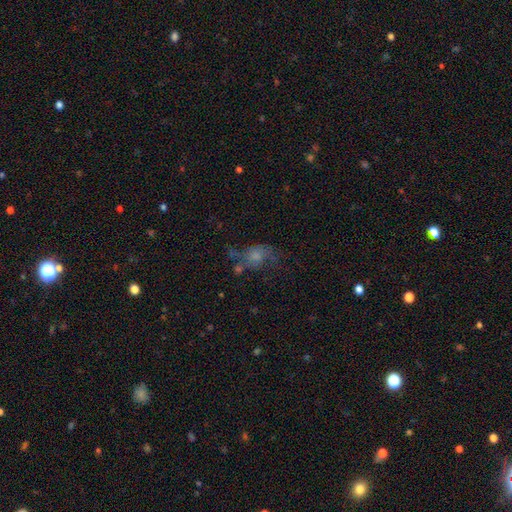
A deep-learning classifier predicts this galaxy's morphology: A smooth galaxy with no disk features (45%). Merging: none (37%).